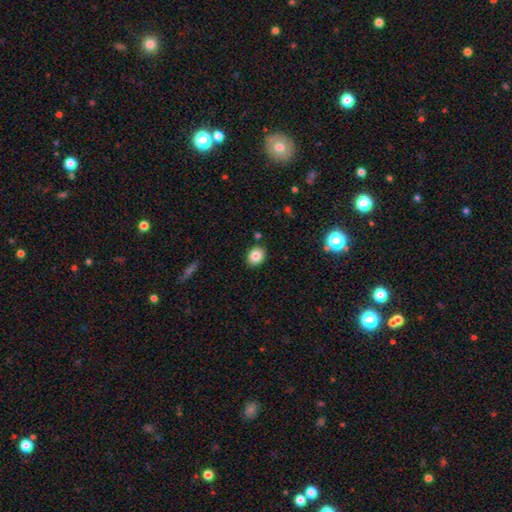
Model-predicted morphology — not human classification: smooth_or_featured: smooth (p=0.83) [alt: star or artifact p=0.10]
how_rounded: round (p=0.62) [alt: in between p=0.37]
merging: none (p=0.87) [alt: minor disturbance p=0.08]